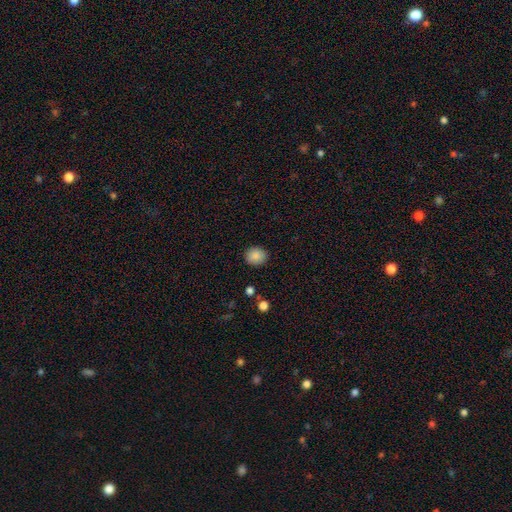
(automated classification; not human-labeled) Smooth or featured: smooth — 87% (star or artifact — 9%)
How rounded: round — 73% (in between — 26%)
Merging: none — 90% (minor disturbance — 7%)